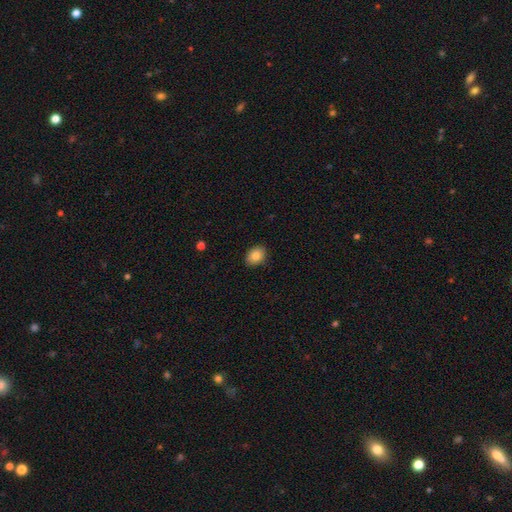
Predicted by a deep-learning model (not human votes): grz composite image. It shows a smooth galaxy with no disk features (85%) that is in between round and cigar-shaped (68%). Merging: none (88%).